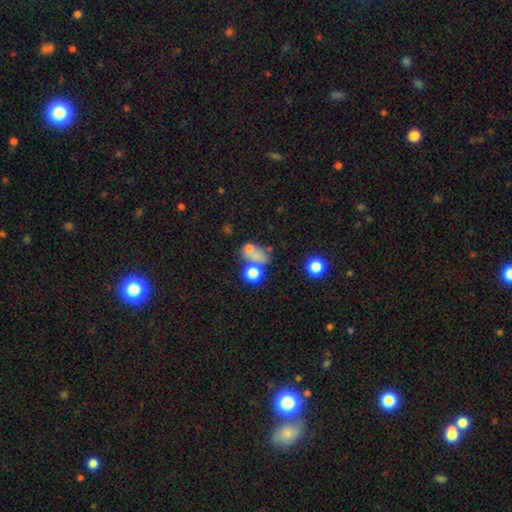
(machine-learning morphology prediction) Smooth or featured? Predicted: smooth (p=0.66). How rounded? Predicted: in between (p=0.54). Merging? Predicted: merger (p=0.39).